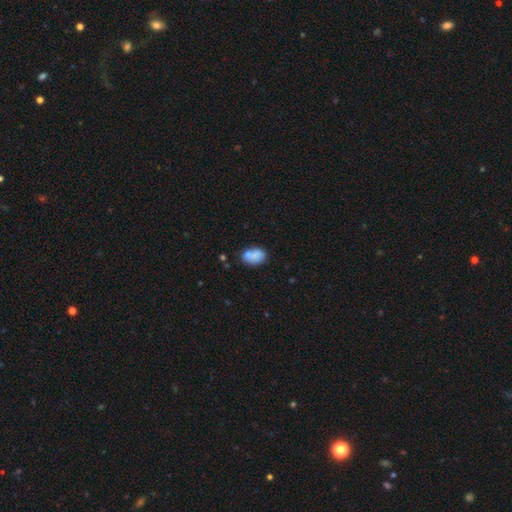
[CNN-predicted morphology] Smooth or featured?
  - smooth: 75% *
  - featured or disk: 16%
  - star or artifact: 9%
How rounded?
  - in between: 81% *
  - round: 18%
  - cigar-shaped: 1%
Merging?
  - none: 50% *
  - merger: 26%
  - minor disturbance: 18%
  - major disturbance: 6%